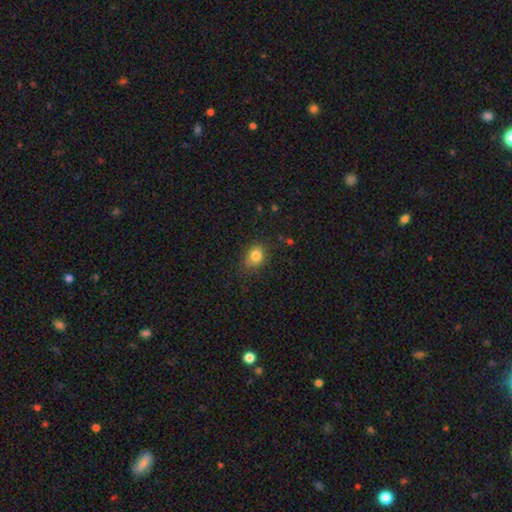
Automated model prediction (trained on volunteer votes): This is clearly a smooth galaxy (83%). How rounded: possibly round (50%). Merging: likely none (74%).